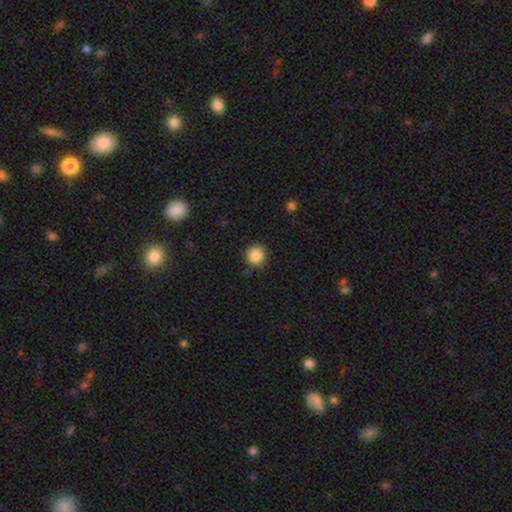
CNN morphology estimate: Smooth or featured? smooth (86%)
How rounded? round (90%)
Merging? none (88%)